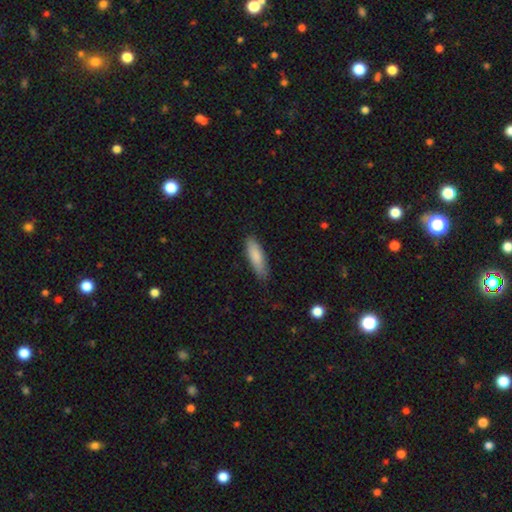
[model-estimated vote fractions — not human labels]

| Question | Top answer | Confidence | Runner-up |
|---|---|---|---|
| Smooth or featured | smooth | 84% | featured or disk (10%) |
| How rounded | cigar-shaped | 55% | in between (43%) |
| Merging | none | 79% | minor disturbance (17%) |